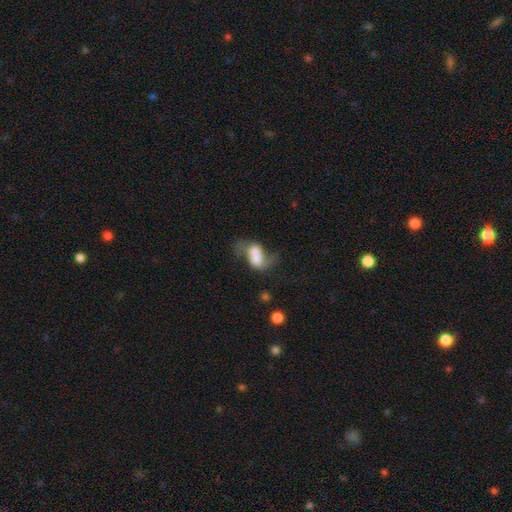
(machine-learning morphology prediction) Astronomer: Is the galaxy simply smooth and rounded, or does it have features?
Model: smooth — 47% (runner-up: featured or disk, 43%).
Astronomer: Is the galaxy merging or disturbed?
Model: merger — 42% (runner-up: major disturbance, 23%).